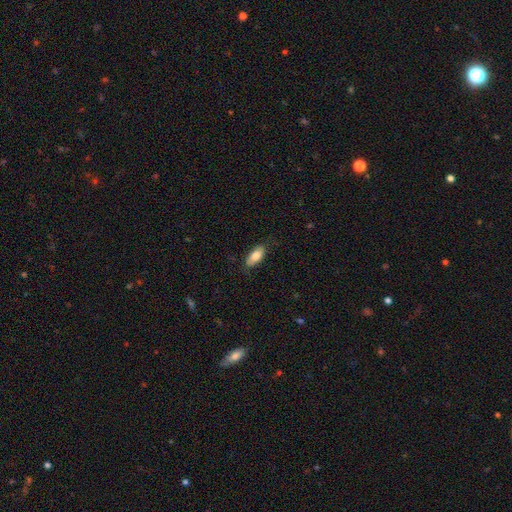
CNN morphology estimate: Smooth or featured? smooth (80%)
How rounded? in between (86%)
Merging? none (79%)